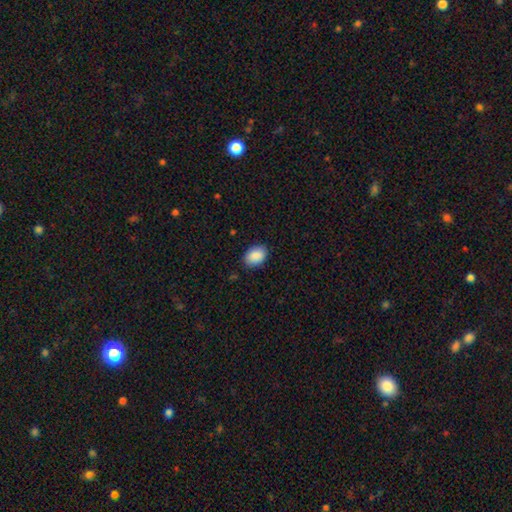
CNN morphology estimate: A smooth galaxy with no disk features (90%) that is in between round and cigar-shaped (80%).

Vote fractions:
- Smooth or featured? smooth: 90% / star or artifact: 7% / featured or disk: 3%
- How rounded? in between: 80% / round: 19% / cigar-shaped: 1%
- Merging? none: 86% / minor disturbance: 10% / major disturbance: 2% / merger: 1%